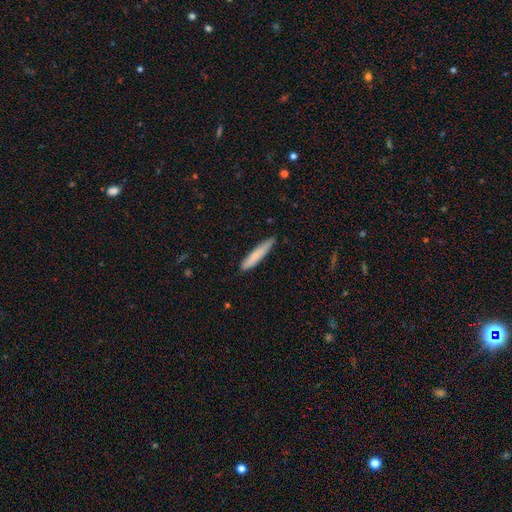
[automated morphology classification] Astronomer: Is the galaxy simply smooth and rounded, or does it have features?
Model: smooth — 76%.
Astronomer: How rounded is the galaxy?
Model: cigar-shaped — 92%.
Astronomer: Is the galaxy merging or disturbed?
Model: none — 82%.